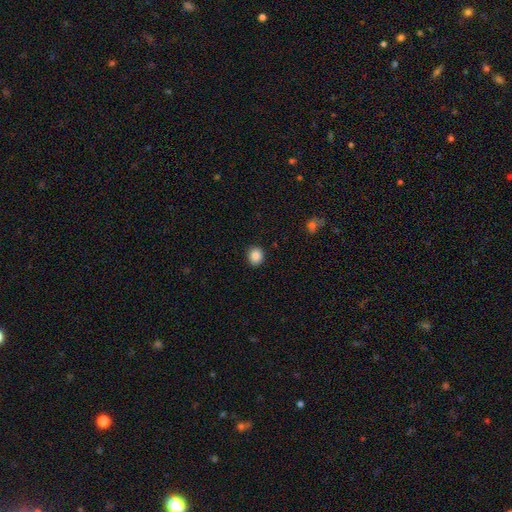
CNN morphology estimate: smooth_or_featured: smooth (p=0.87) [alt: star or artifact p=0.09]
how_rounded: round (p=0.78) [alt: in between p=0.21]
merging: none (p=0.90) [alt: minor disturbance p=0.07]